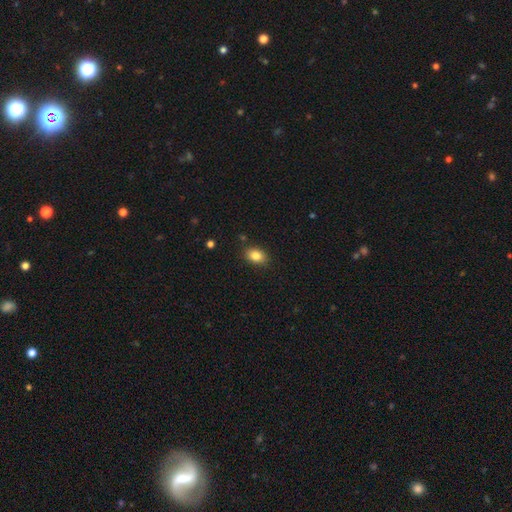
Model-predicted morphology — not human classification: Smooth or featured? Predicted: smooth (p=0.85). How rounded? Predicted: in between (p=0.81). Merging? Predicted: none (p=0.86).